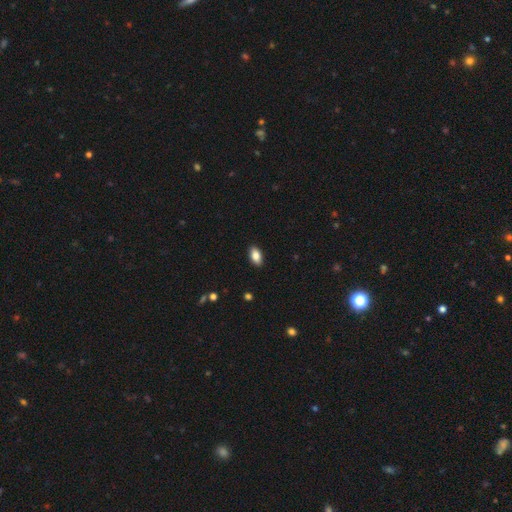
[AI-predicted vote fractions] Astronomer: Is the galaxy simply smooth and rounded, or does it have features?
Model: smooth — 85%.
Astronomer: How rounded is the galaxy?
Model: in between — 92%.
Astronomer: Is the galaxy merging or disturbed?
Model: none — 89%.